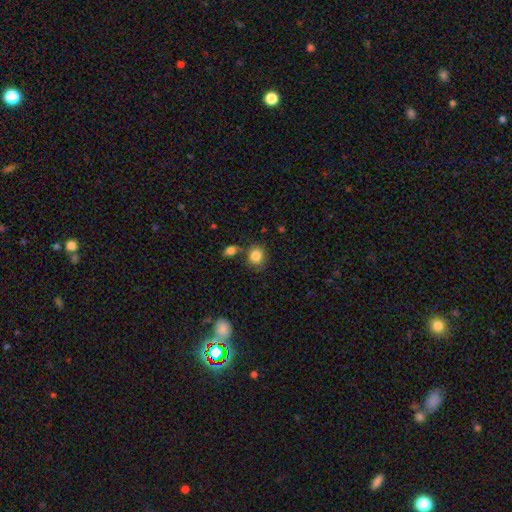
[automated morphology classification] smooth-or-featured: smooth: 85% | star or artifact: 9% | featured or disk: 6%
  how-rounded: round: 68% | in between: 31% | cigar-shaped: 1%
  merging: none: 71% | minor disturbance: 14% | merger: 12% | major disturbance: 4%